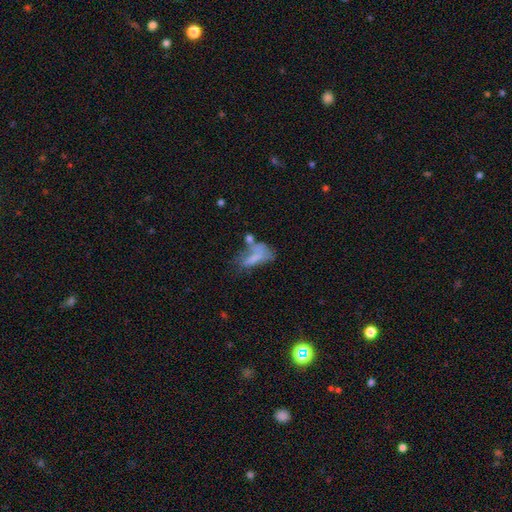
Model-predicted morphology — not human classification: A smooth galaxy with no disk features (56%) that is in between round and cigar-shaped (74%).

Vote fractions:
- Smooth or featured? smooth: 56% / featured or disk: 32% / star or artifact: 12%
- How rounded? in between: 74% / cigar-shaped: 21% / round: 5%
- Merging? major disturbance: 32% / merger: 28% / none: 22% / minor disturbance: 18%